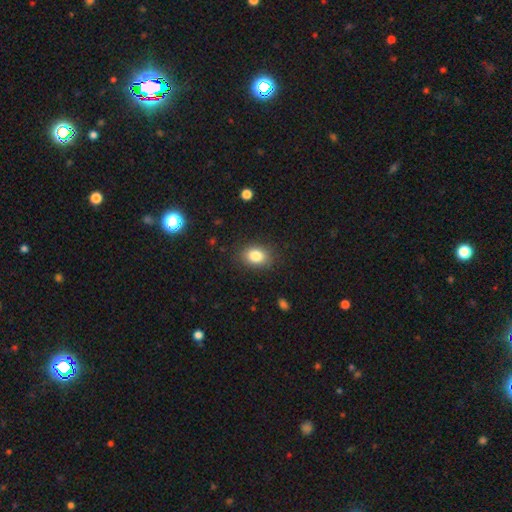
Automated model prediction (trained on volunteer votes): smooth-or-featured: smooth: 83% | star or artifact: 10% | featured or disk: 7%
  how-rounded: in between: 69% | round: 30% | cigar-shaped: 1%
  merging: none: 85% | minor disturbance: 11% | major disturbance: 3% | merger: 1%